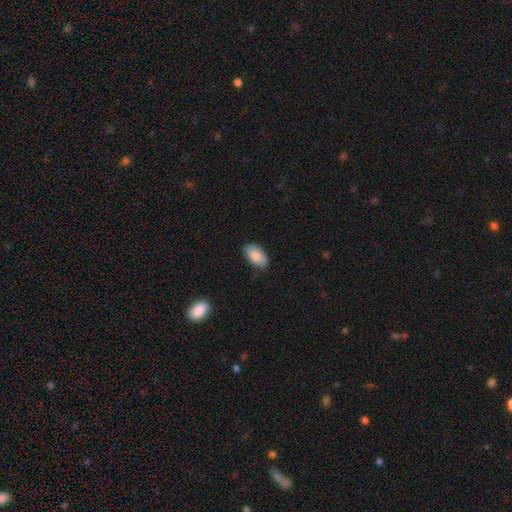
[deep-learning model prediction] Smooth or featured? smooth (86%)
How rounded? in between (95%)
Merging? none (83%)